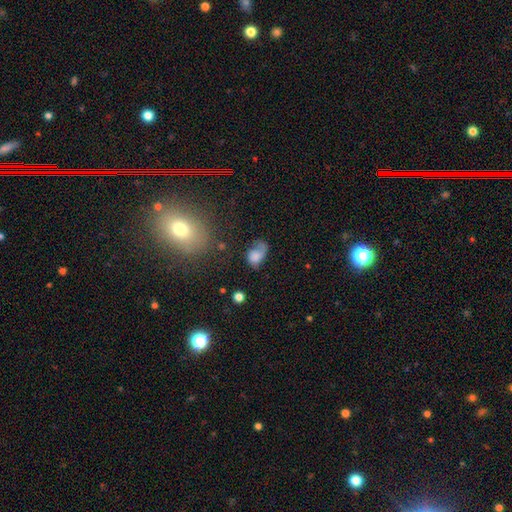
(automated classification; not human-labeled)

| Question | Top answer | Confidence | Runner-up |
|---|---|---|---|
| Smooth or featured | smooth | 59% | featured or disk (31%) |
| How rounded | in between | 75% | round (24%) |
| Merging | major disturbance | 36% | none (30%) |